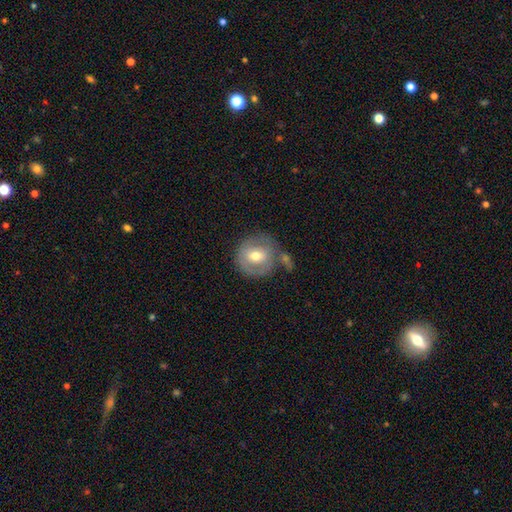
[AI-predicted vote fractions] This is possibly a smooth galaxy (52%). How rounded: clearly round (89%). Merging: possibly none (56%).